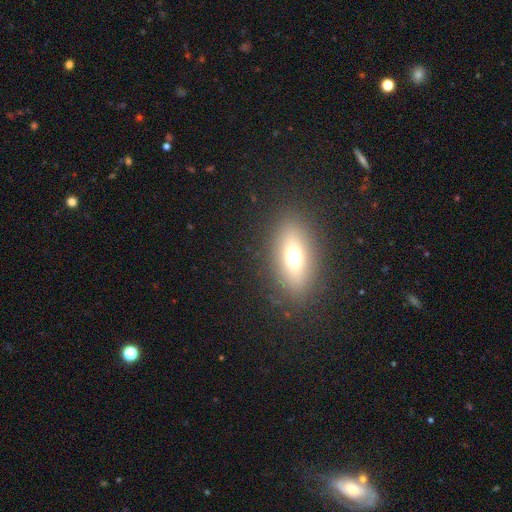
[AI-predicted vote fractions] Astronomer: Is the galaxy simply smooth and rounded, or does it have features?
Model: smooth — 58%.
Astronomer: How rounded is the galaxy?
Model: in between — 71%.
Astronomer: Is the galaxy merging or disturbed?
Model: none — 88%.